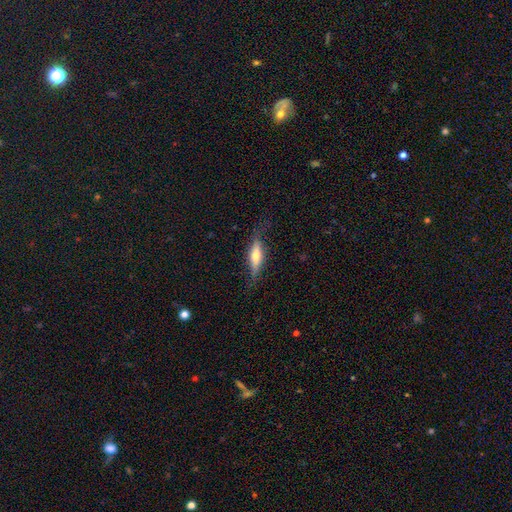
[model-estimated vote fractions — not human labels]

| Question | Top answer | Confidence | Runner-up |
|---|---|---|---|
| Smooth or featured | featured or disk | 49% | smooth (45%) |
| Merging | none | 70% | minor disturbance (21%) |